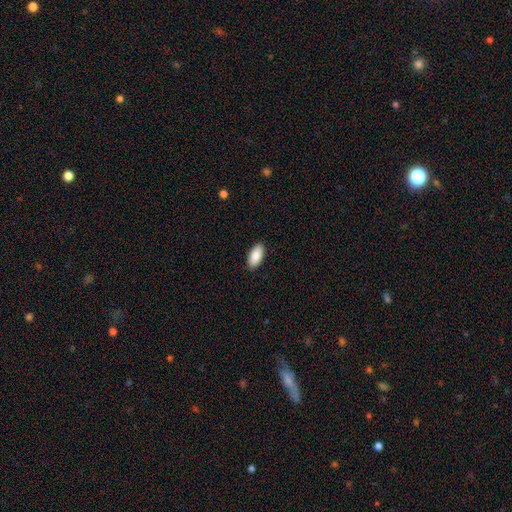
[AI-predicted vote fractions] This is clearly a smooth galaxy (88%). How rounded: clearly in between (92%). Merging: clearly none (90%).